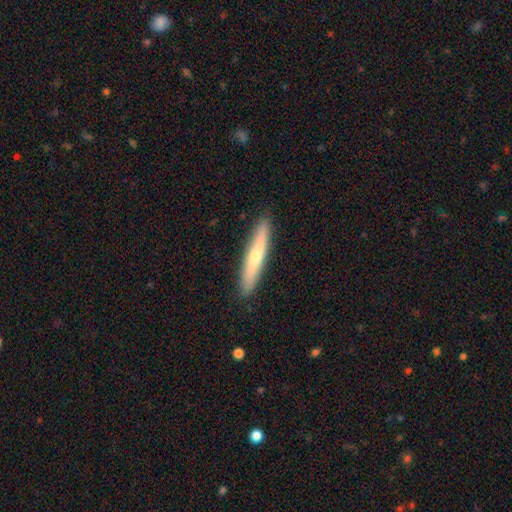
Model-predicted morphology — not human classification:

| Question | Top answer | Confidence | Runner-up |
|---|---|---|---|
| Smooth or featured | smooth | 54% | featured or disk (40%) |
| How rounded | cigar-shaped | 92% | in between (7%) |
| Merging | none | 91% | minor disturbance (7%) |